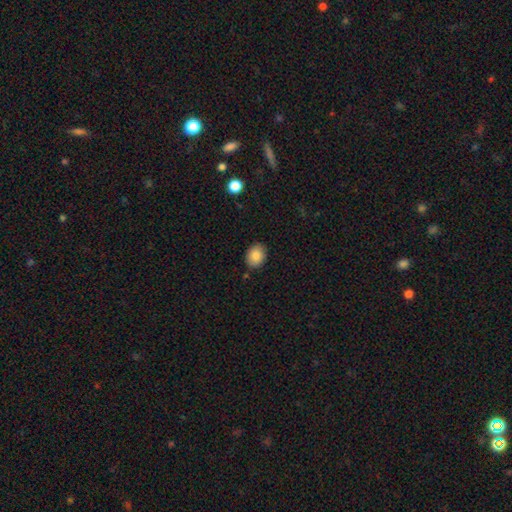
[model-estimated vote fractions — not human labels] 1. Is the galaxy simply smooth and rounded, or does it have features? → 85% smooth, 8% star or artifact, 7% featured or disk.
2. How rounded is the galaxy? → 55% in between, 44% round, 1% cigar-shaped.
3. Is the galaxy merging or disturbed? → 85% none, 11% minor disturbance, 2% major disturbance, 2% merger.